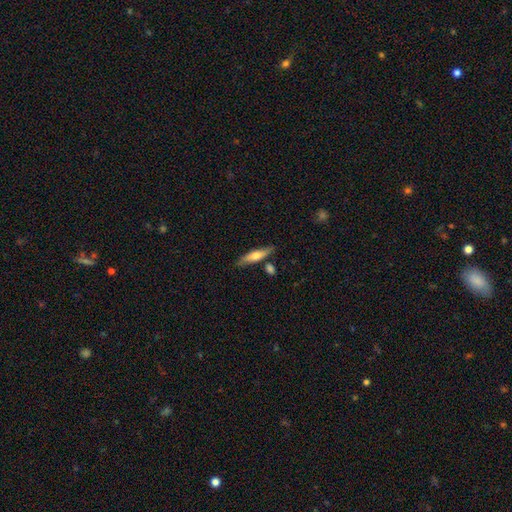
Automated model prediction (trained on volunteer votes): This is possibly a smooth galaxy (53%). How rounded: likely cigar-shaped (70%). Merging: likely none (73%).